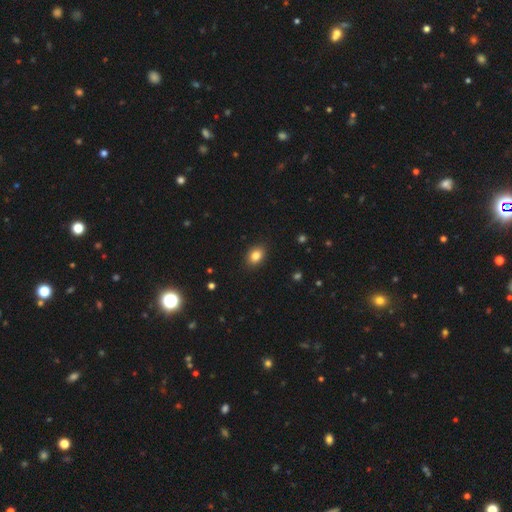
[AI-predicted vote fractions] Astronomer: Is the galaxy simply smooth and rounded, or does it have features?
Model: smooth — 83%.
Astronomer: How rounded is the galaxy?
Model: in between — 70%.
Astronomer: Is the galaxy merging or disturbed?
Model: none — 88%.